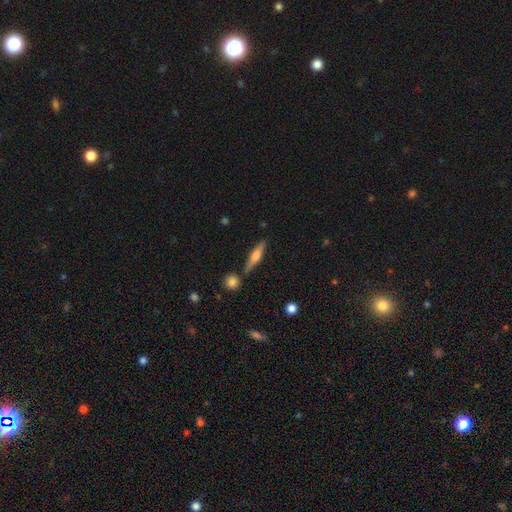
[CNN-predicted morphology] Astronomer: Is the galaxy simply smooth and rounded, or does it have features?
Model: featured or disk — 48% (runner-up: smooth, 46%).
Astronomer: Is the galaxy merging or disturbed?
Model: none — 82%.